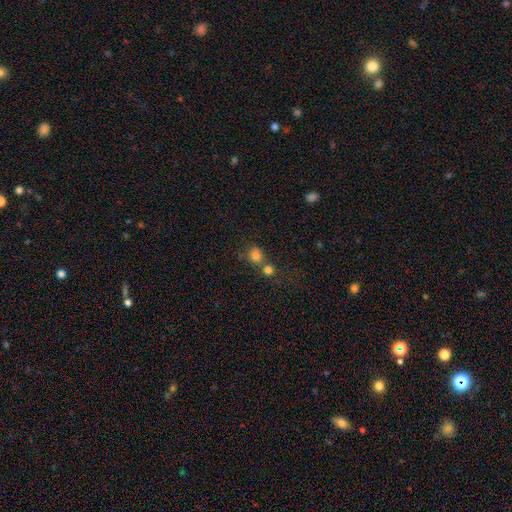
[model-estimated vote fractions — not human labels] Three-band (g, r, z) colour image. It shows a smooth galaxy with no disk features (79%) that is round (85%). Merging: none (49%).